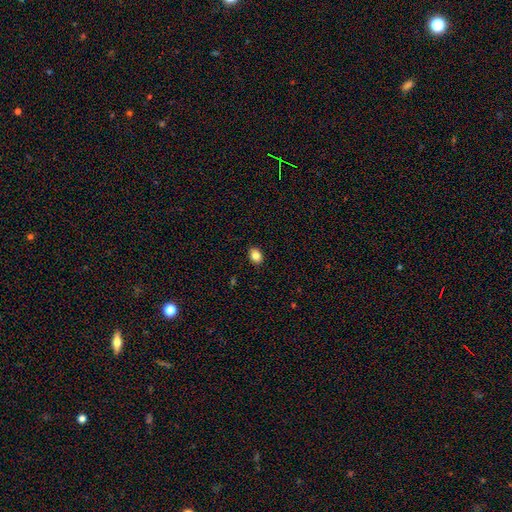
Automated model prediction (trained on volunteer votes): smooth_or_featured: smooth (p=0.85) [alt: star or artifact p=0.09]
how_rounded: in between (p=0.68) [alt: round p=0.31]
merging: none (p=0.89) [alt: minor disturbance p=0.08]